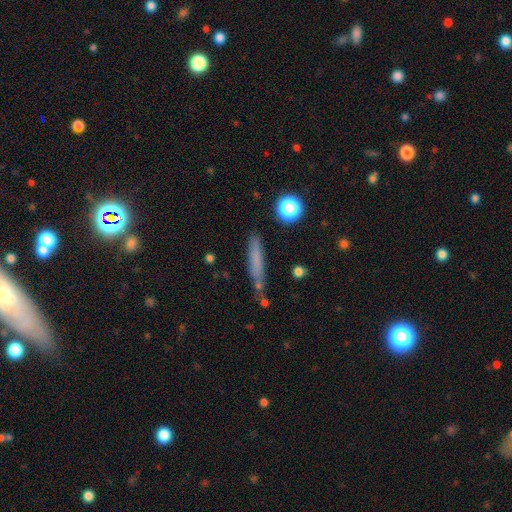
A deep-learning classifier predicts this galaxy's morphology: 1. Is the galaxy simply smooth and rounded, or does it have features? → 68% smooth, 20% featured or disk, 12% star or artifact.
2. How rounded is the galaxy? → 88% cigar-shaped, 9% in between, 3% round.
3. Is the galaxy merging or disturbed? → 76% none, 15% minor disturbance, 6% merger, 4% major disturbance.